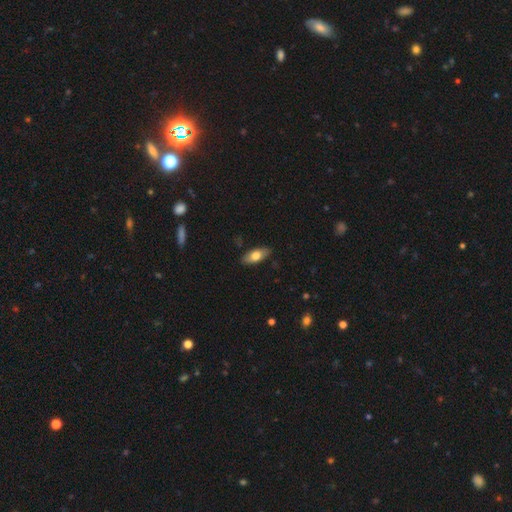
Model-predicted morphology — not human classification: smooth_or_featured: smooth (p=0.72) [alt: featured or disk p=0.22]
how_rounded: in between (p=0.82) [alt: cigar-shaped p=0.15]
merging: none (p=0.86) [alt: minor disturbance p=0.11]